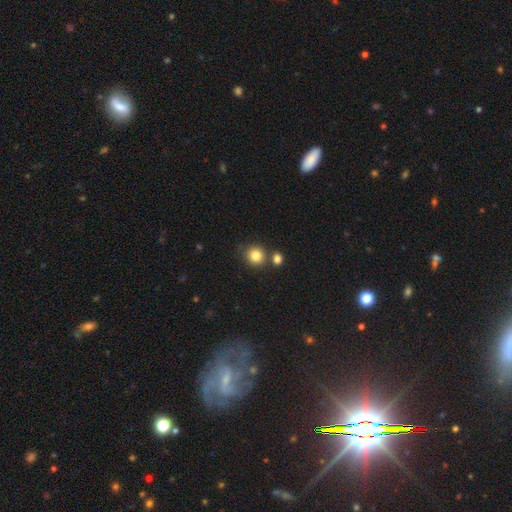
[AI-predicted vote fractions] This is clearly a smooth galaxy (84%). How rounded: clearly round (86%). Merging: likely none (69%).